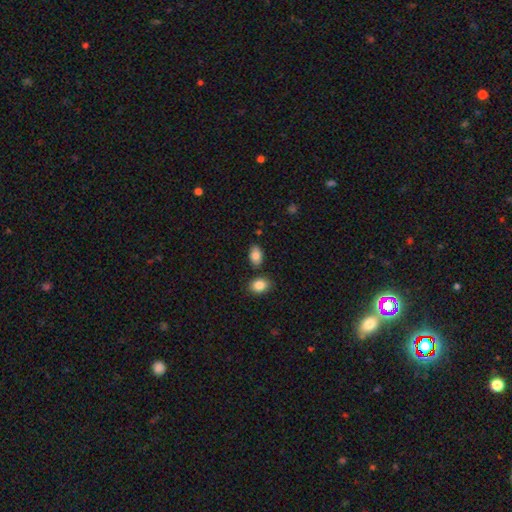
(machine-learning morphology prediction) This is clearly a smooth galaxy (85%). How rounded: clearly in between (87%). Merging: likely none (77%).